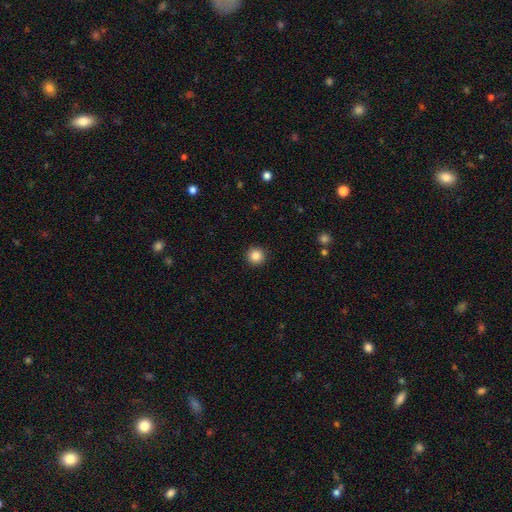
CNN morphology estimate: smooth 85%, star or artifact 10%, featured or disk 4%. Down the decision tree: how rounded — round (95%); merging — none (93%).